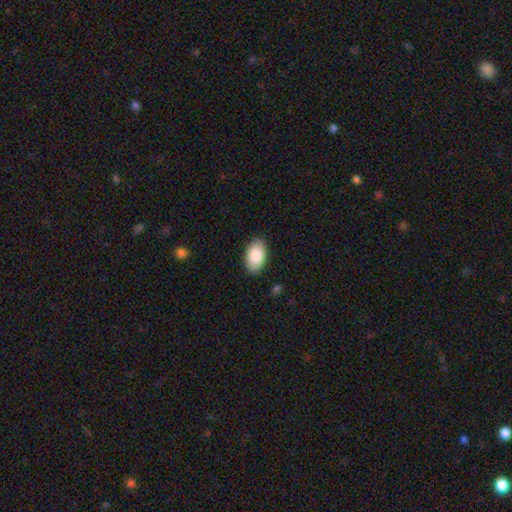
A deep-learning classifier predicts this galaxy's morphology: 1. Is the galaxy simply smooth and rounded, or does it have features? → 88% smooth, 6% star or artifact, 6% featured or disk.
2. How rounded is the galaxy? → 95% in between, 4% round, 1% cigar-shaped.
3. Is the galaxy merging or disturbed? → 88% none, 9% minor disturbance, 2% major disturbance, 1% merger.